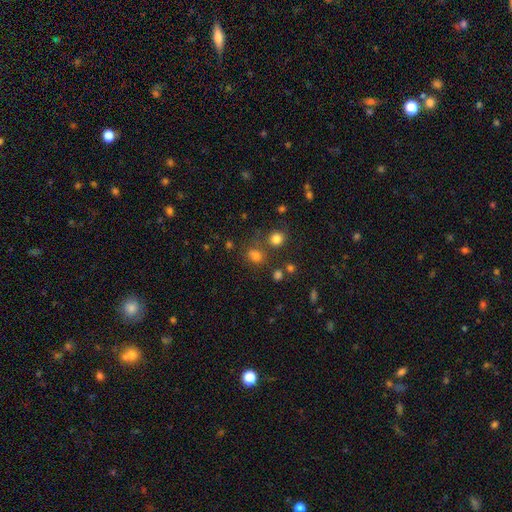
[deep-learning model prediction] smooth 73%, star or artifact 20%, featured or disk 8%. Down the decision tree: how rounded — round (67%); merging — none (67%).